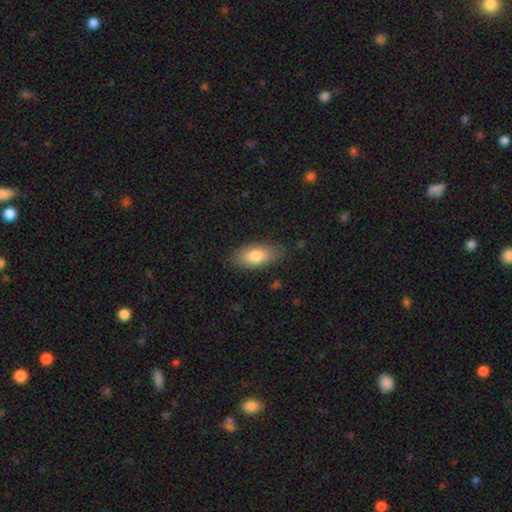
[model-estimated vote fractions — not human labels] Smooth or featured? Predicted: smooth (p=0.79). How rounded? Predicted: in between (p=0.86). Merging? Predicted: none (p=0.80).